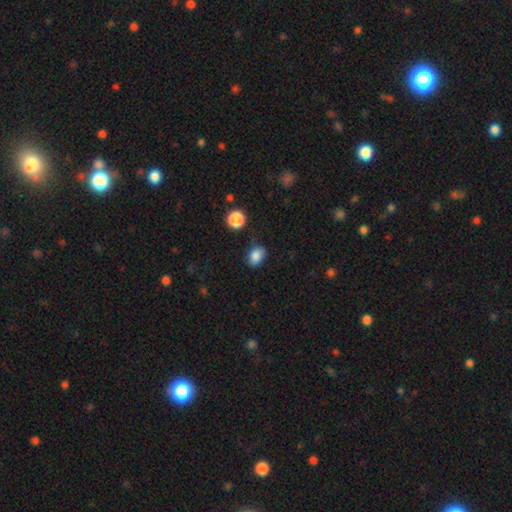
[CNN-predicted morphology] type=smooth (85%); roundness=in between (70%); merging=none (78%).